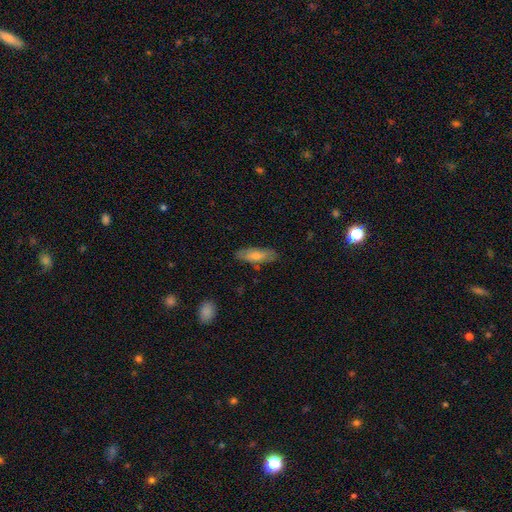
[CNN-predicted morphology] type=smooth (67%); roundness=in between (54%); merging=none (83%).